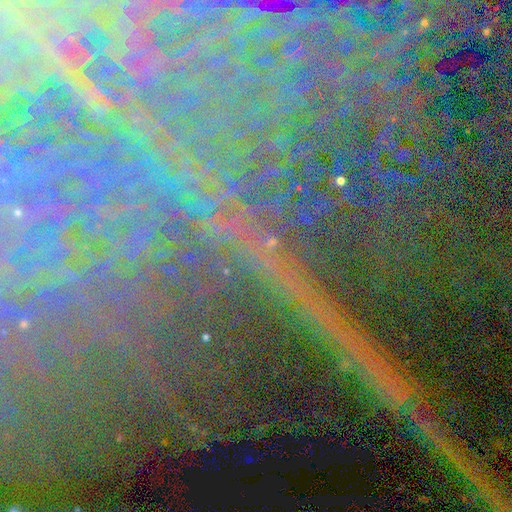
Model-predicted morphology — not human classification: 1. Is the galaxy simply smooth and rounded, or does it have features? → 77% star or artifact, 14% featured or disk, 9% smooth.